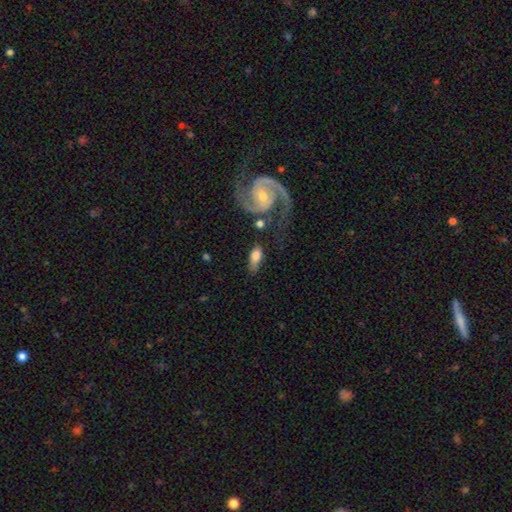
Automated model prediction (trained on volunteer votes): A smooth galaxy with no disk features (56%) that is in between round and cigar-shaped (85%). Merging: none (60%).